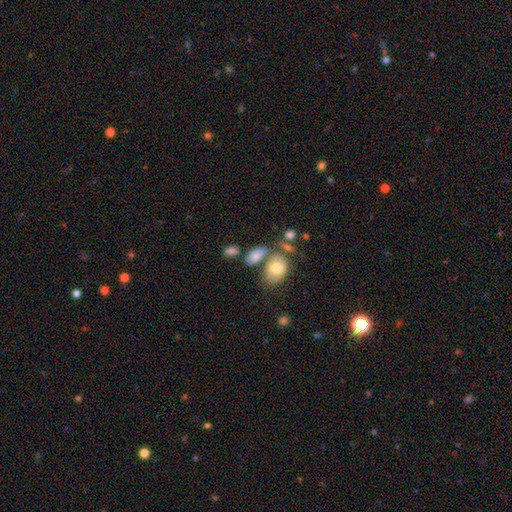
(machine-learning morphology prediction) Q: Smooth or featured?
A: smooth (77%); runner-up: featured or disk (14%)
Q: How rounded?
A: in between (87%); runner-up: round (10%)
Q: Merging?
A: none (47%); runner-up: merger (30%)